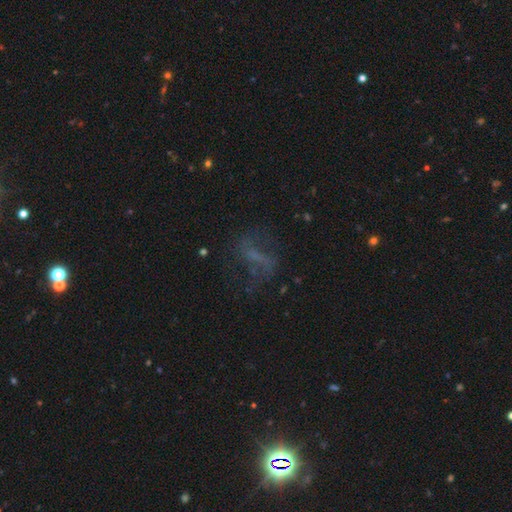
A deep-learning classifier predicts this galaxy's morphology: Smooth or featured: featured or disk — 49% (smooth — 28%)
Merging: none — 56% (major disturbance — 23%)